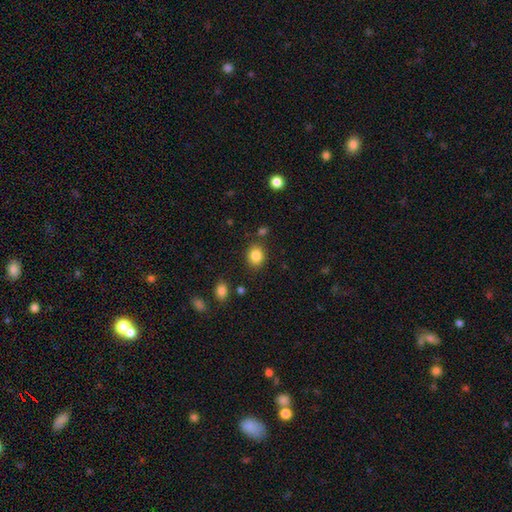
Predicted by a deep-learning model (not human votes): This is clearly a smooth galaxy (85%). How rounded: possibly round (58%). Merging: clearly none (84%).